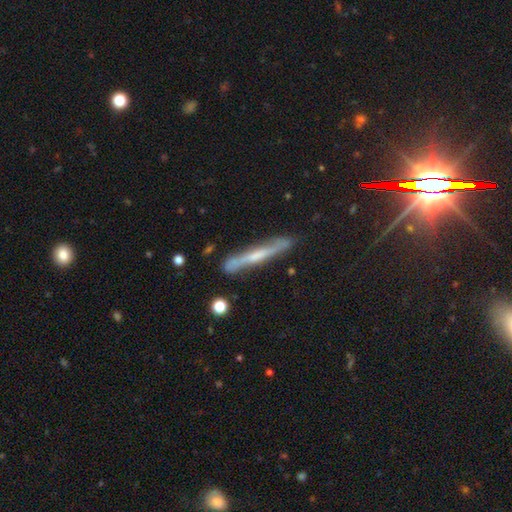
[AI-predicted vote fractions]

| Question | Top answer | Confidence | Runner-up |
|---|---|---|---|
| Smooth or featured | featured or disk | 63% | smooth (29%) |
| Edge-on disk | yes | 86% | no (14%) |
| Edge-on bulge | none | 48% | rounded (37%) |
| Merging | none | 80% | minor disturbance (15%) |